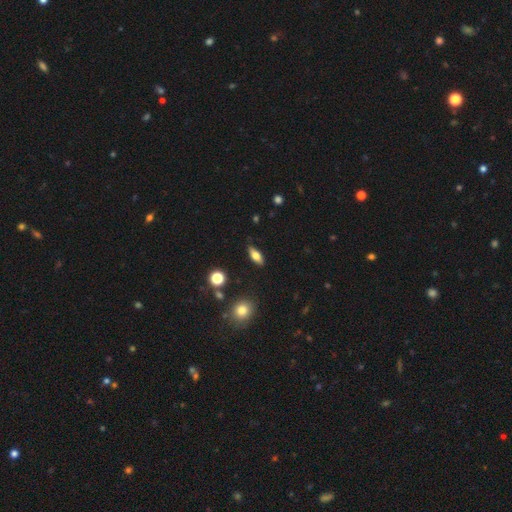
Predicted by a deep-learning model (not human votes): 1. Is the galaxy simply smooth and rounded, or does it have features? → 66% smooth, 26% featured or disk, 9% star or artifact.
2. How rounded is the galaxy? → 72% in between, 23% cigar-shaped, 5% round.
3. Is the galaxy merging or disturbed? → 85% none, 11% minor disturbance, 3% major disturbance, 2% merger.